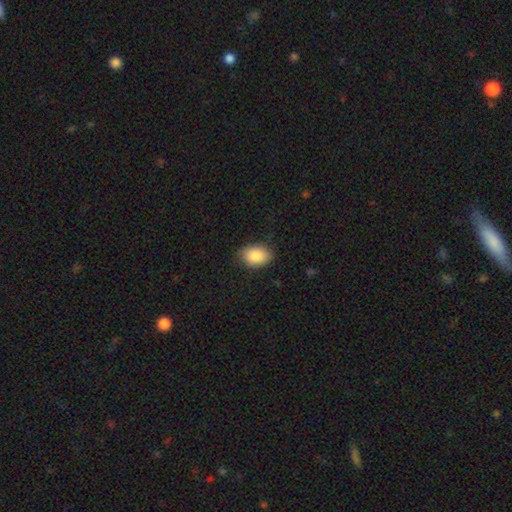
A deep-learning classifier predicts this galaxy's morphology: Smooth or featured? smooth (88%)
How rounded? in between (81%)
Merging? none (80%)